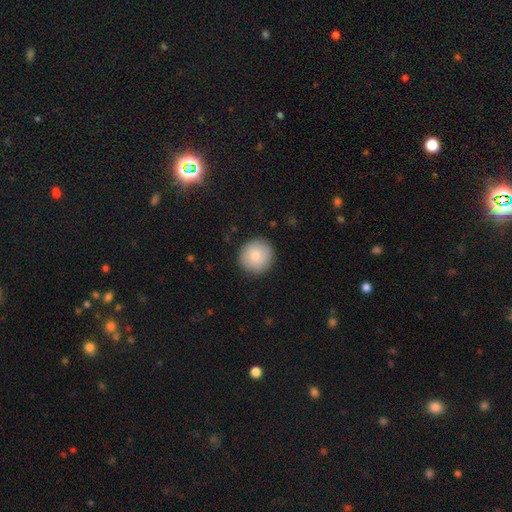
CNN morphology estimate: A smooth galaxy with no disk features (80%) that is round (94%). Merging: none (89%).